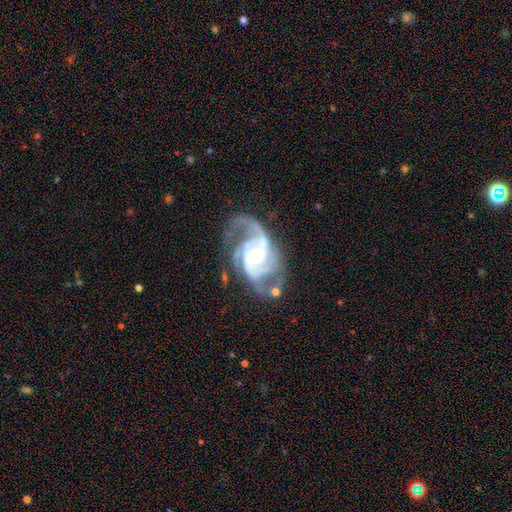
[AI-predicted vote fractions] Smooth or featured? featured or disk (91%)
Edge-on disk? no (98%)
Bar? no (56%)
Spiral arms? yes (97%)
Spiral winding? medium (49%)
Spiral arm count? 3 (38%)
Bulge size? moderate (60%)
Merging? none (54%)